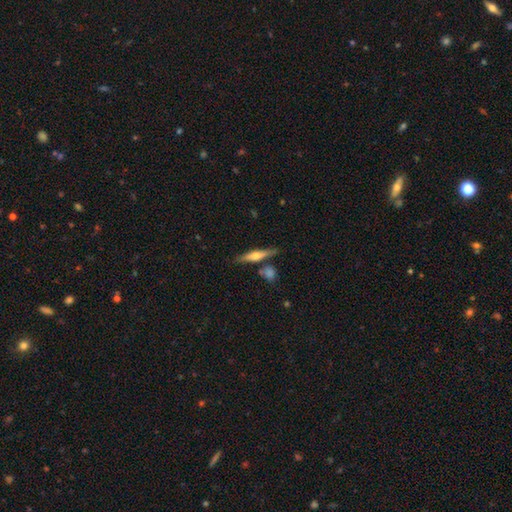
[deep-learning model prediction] Q: Smooth or featured?
A: featured or disk (53%); runner-up: smooth (41%)
Q: Edge-on disk?
A: yes (94%); runner-up: no (6%)
Q: Merging?
A: none (76%); runner-up: minor disturbance (12%)